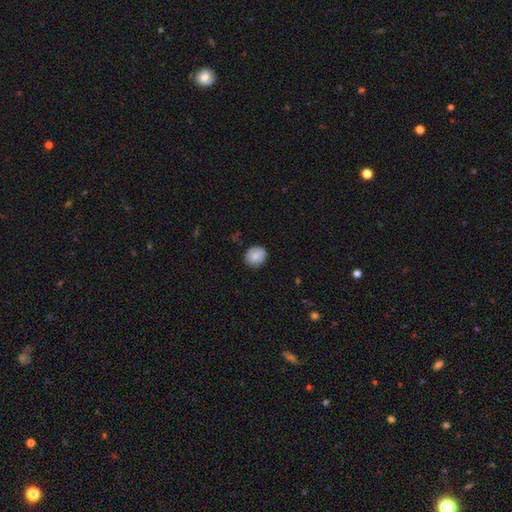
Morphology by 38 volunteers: A smooth galaxy with no disk features (92%) that is round (77%). Merging: none (87%).